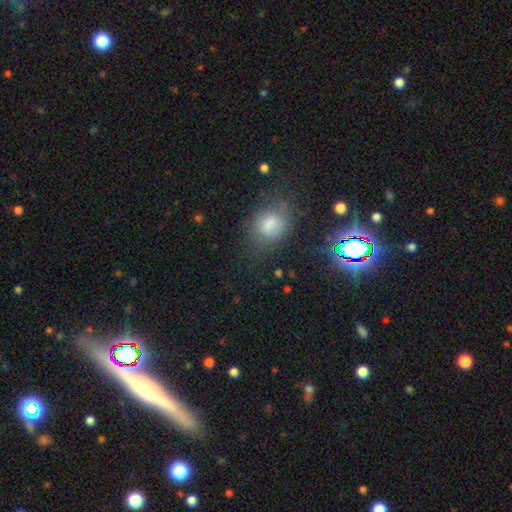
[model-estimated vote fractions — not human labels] Smooth or featured? smooth (46%)
Merging? none (77%)